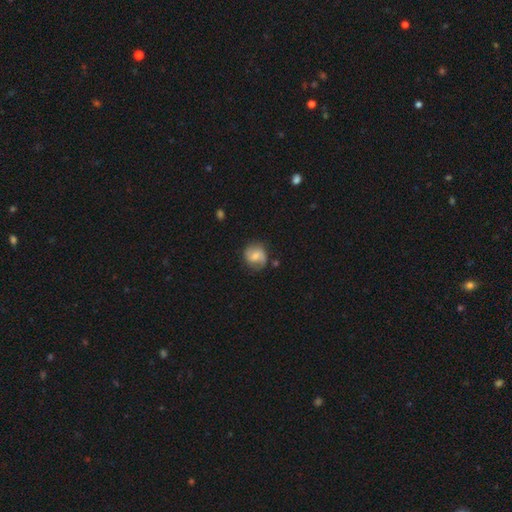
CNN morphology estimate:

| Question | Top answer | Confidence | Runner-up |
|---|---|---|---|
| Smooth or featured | smooth | 50% | featured or disk (42%) |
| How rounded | round | 79% | in between (20%) |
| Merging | none | 70% | minor disturbance (21%) |